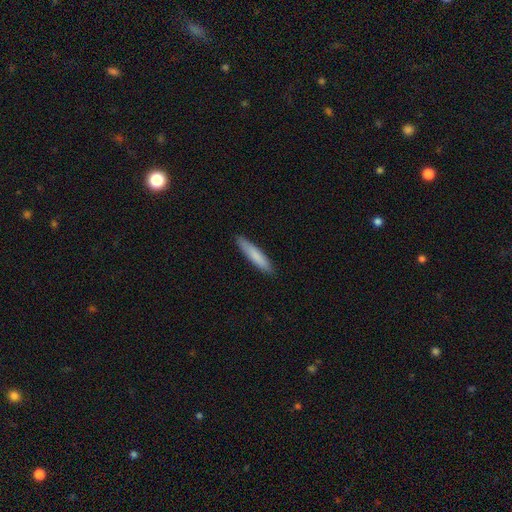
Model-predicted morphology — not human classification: Smooth or featured?
  - smooth: 81% *
  - featured or disk: 13%
  - star or artifact: 5%
How rounded?
  - cigar-shaped: 89% *
  - in between: 10%
  - round: 1%
Merging?
  - none: 89% *
  - minor disturbance: 9%
  - major disturbance: 2%
  - merger: 1%